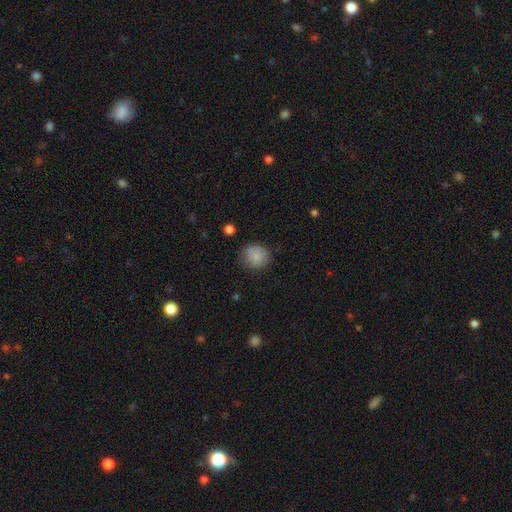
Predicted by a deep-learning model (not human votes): Smooth or featured?
  - smooth: 84% *
  - star or artifact: 8%
  - featured or disk: 7%
How rounded?
  - round: 85% *
  - in between: 14%
  - cigar-shaped: 1%
Merging?
  - none: 78% *
  - minor disturbance: 17%
  - major disturbance: 4%
  - merger: 1%